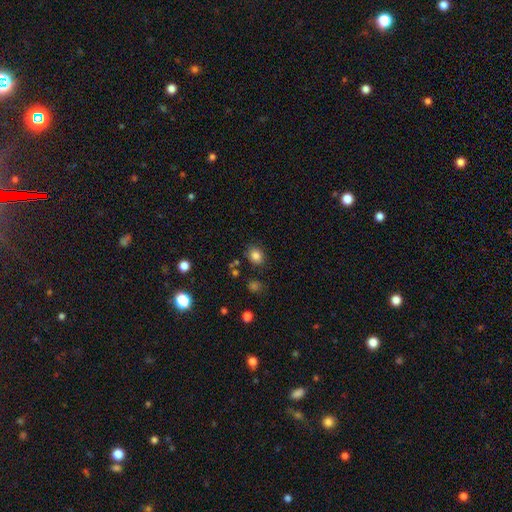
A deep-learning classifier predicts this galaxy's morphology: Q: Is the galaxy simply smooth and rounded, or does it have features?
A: smooth — 83%.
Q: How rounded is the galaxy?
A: round — 61%.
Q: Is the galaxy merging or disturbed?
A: none — 82%.